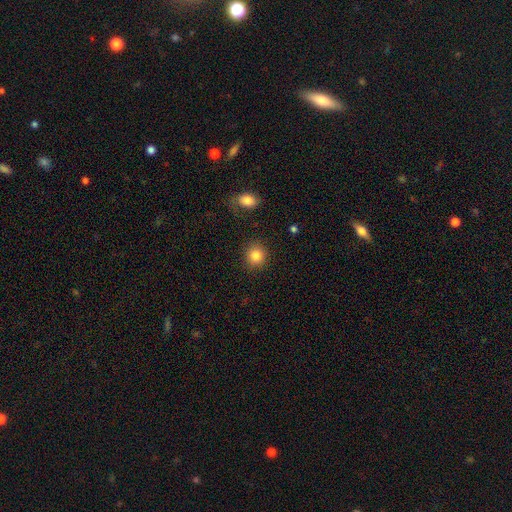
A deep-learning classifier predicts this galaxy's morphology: This is clearly a smooth galaxy (84%). How rounded: clearly round (90%). Merging: clearly none (89%).